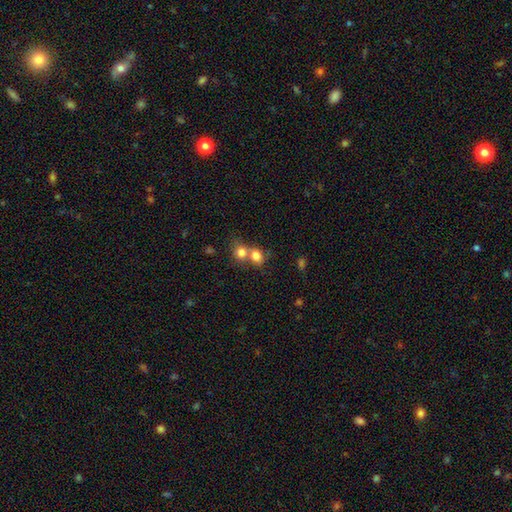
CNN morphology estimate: The model was most divided on "merging": merger: 60%, none: 30%, minor disturbance: 6%, major disturbance: 3%. More confident: smooth or featured — smooth (79%); how rounded — round (68%).